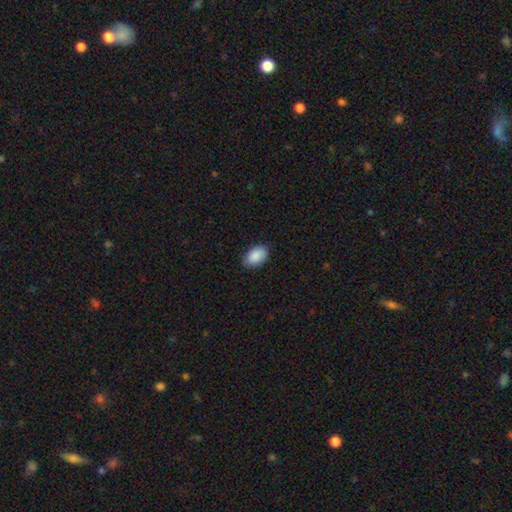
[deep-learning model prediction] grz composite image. It shows a smooth galaxy with no disk features (90%) that is in between round and cigar-shaped (92%). Merging: none (84%).